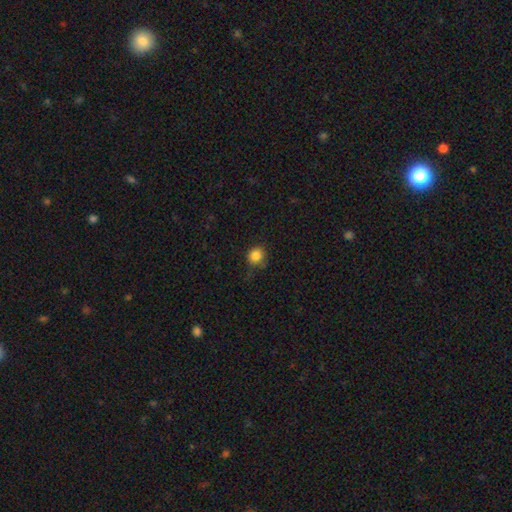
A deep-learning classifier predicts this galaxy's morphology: The model was most divided on "merging": none: 75%, minor disturbance: 19%, major disturbance: 5%, merger: 1%. More confident: how rounded — round (86%); smooth or featured — smooth (84%).